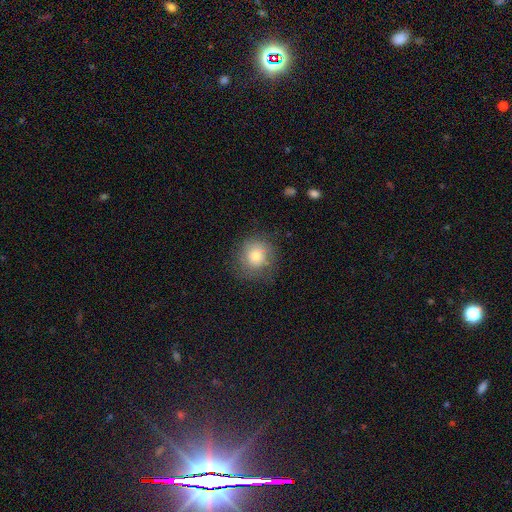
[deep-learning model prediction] Smooth or featured?
  - smooth: 76% *
  - featured or disk: 14%
  - star or artifact: 10%
How rounded?
  - round: 89% *
  - in between: 10%
  - cigar-shaped: 1%
Merging?
  - none: 75% *
  - minor disturbance: 17%
  - major disturbance: 7%
  - merger: 1%